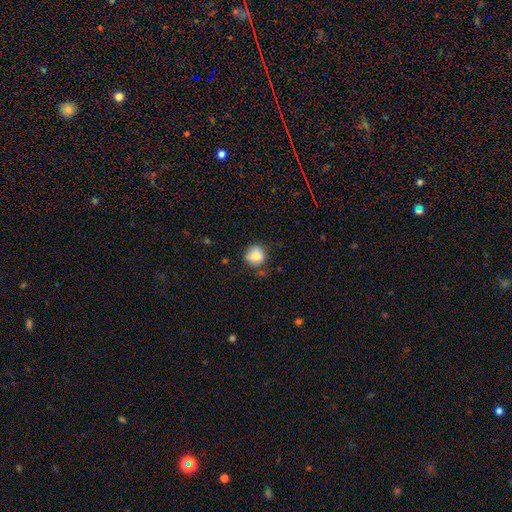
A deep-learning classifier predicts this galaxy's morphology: type=smooth (82%); roundness=round (89%); merging=none (74%).